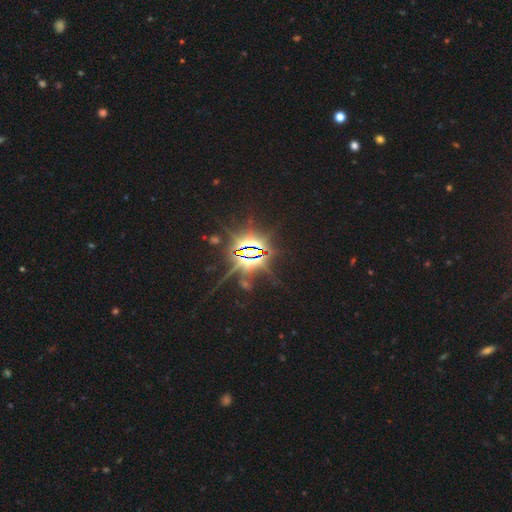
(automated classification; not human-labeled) smooth-or-featured: star or artifact: 85% | featured or disk: 9% | smooth: 6%